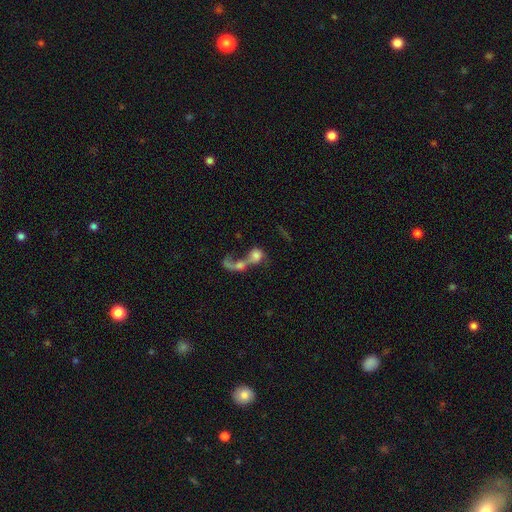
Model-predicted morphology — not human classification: smooth-or-featured: smooth: 50% | featured or disk: 38% | star or artifact: 12%
  how-rounded: round: 51% | in between: 43% | cigar-shaped: 6%
  merging: merger: 75% | major disturbance: 12% | none: 9% | minor disturbance: 4%